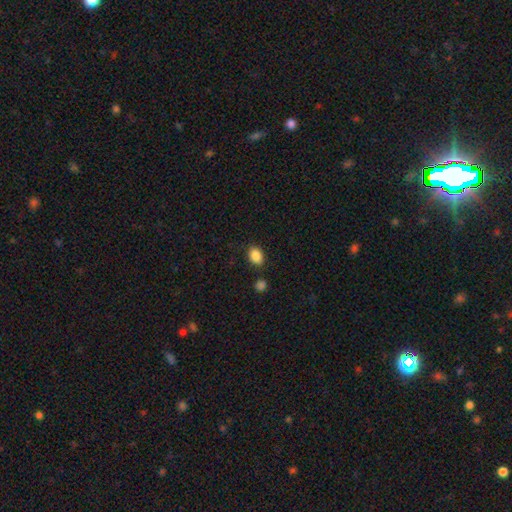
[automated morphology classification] A smooth galaxy with no disk features (88%) that is in between round and cigar-shaped (76%).

Vote fractions:
- Smooth or featured? smooth: 88% / star or artifact: 8% / featured or disk: 4%
- How rounded? in between: 76% / round: 23% / cigar-shaped: 1%
- Merging? none: 83% / minor disturbance: 10% / merger: 4% / major disturbance: 3%